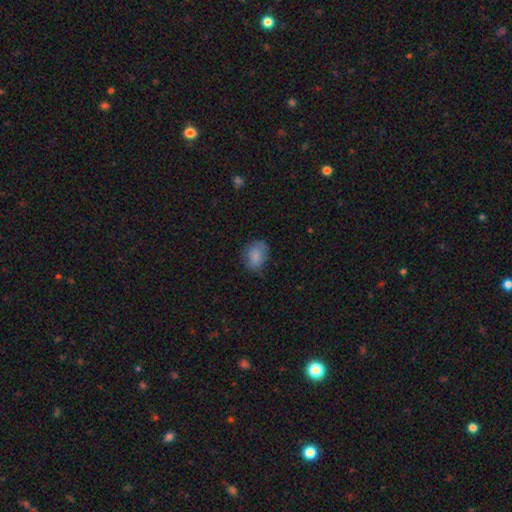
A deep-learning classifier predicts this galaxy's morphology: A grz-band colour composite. It shows a smooth galaxy with no disk features (82%) that is in between round and cigar-shaped (64%). Merging: none (65%).